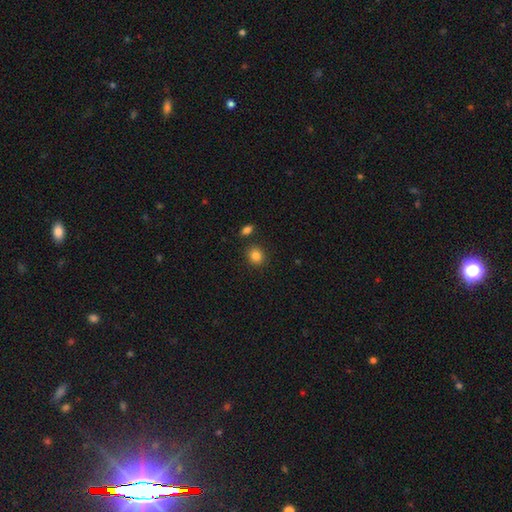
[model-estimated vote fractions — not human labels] Smooth or featured? smooth (85%)
How rounded? round (77%)
Merging? none (85%)